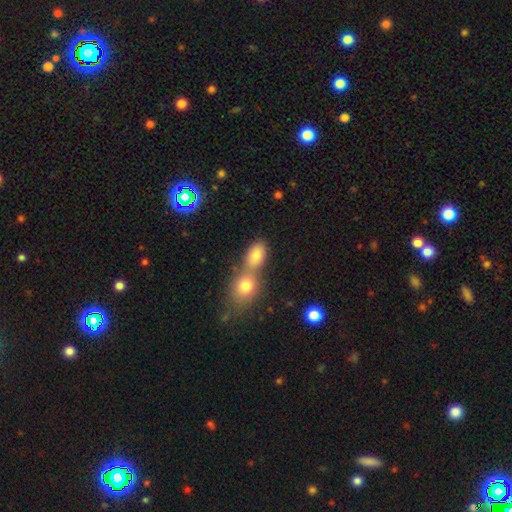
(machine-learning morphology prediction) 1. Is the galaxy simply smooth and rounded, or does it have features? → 80% smooth, 11% star or artifact, 9% featured or disk.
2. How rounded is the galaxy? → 81% in between, 16% round, 2% cigar-shaped.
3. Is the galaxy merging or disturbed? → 50% merger, 37% none, 9% minor disturbance, 4% major disturbance.